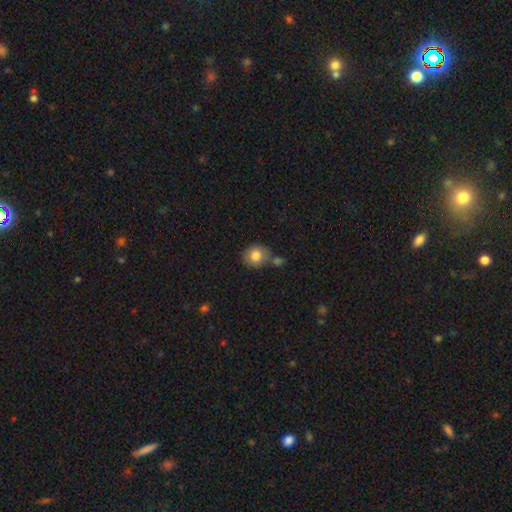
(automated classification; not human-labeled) smooth-or-featured: smooth: 82% | featured or disk: 10% | star or artifact: 8%
  how-rounded: round: 77% | in between: 22% | cigar-shaped: 1%
  merging: none: 59% | merger: 20% | minor disturbance: 16% | major disturbance: 5%